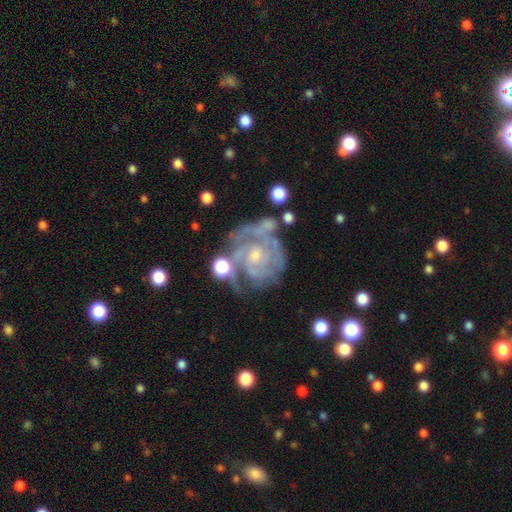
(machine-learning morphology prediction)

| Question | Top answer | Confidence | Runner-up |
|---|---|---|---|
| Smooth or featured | featured or disk | 85% | smooth (8%) |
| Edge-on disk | no | 98% | yes (2%) |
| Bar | no | 75% | weak (20%) |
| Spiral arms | yes | 91% | no (9%) |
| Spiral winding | tight | 68% | medium (25%) |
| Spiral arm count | can't tell | 33% | 2 (28%) |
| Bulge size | small | 65% | moderate (29%) |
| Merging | none | 56% | minor disturbance (21%) |